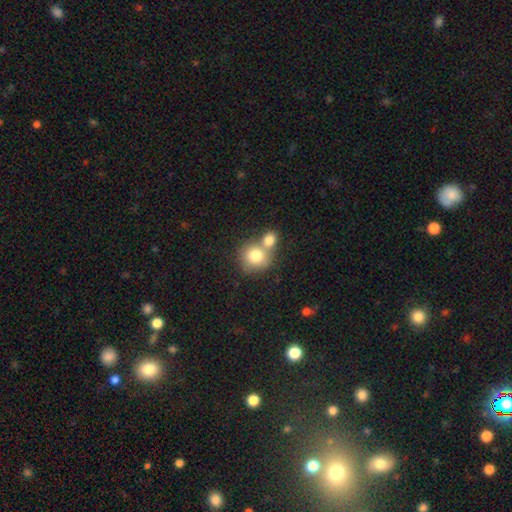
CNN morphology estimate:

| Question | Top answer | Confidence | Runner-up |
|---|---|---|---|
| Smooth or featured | smooth | 78% | featured or disk (14%) |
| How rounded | round | 83% | in between (16%) |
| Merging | merger | 52% | none (38%) |